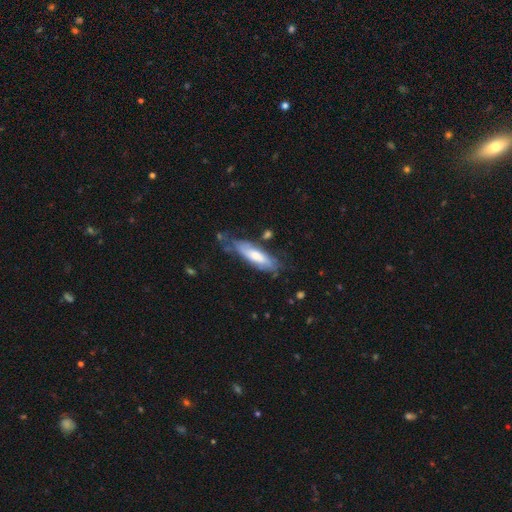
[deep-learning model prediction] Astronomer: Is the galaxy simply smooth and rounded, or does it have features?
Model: smooth — 50% (runner-up: featured or disk, 44%).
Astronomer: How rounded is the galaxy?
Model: cigar-shaped — 51% (runner-up: in between, 47%).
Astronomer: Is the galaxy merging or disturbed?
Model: none — 58%.